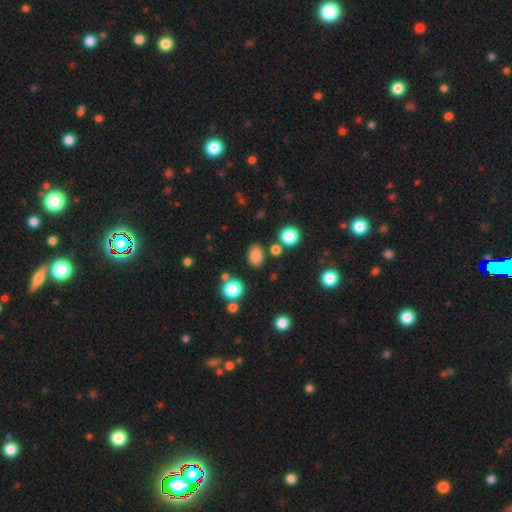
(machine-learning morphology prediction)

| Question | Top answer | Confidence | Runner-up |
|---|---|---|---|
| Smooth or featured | smooth | 82% | star or artifact (13%) |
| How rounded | in between | 76% | round (23%) |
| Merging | none | 81% | minor disturbance (11%) |